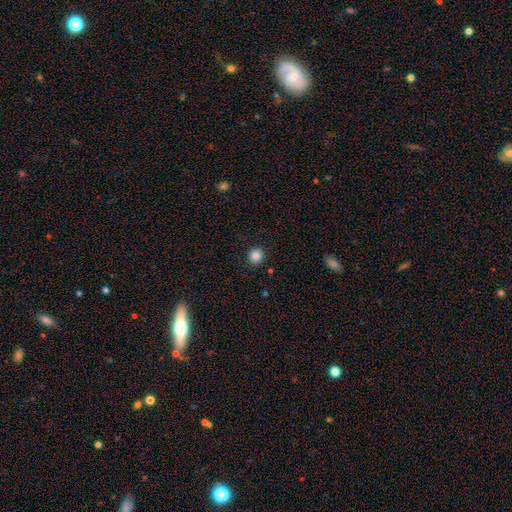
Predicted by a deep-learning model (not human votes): Smooth or featured? Predicted: smooth (p=0.85). How rounded? Predicted: round (p=0.92). Merging? Predicted: none (p=0.91).